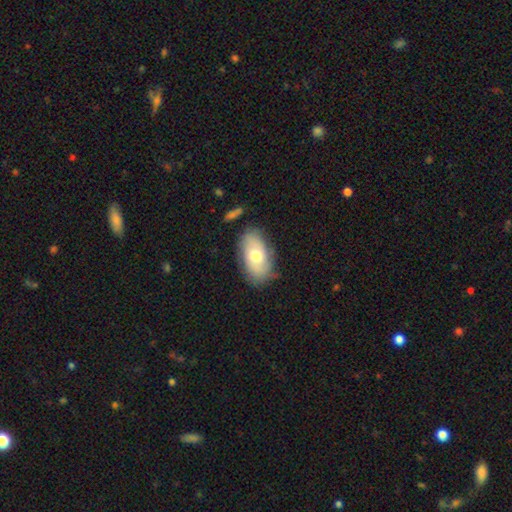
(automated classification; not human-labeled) smooth 58%, featured or disk 36%, star or artifact 7%. Down the decision tree: how rounded — in between (93%); merging — none (73%).